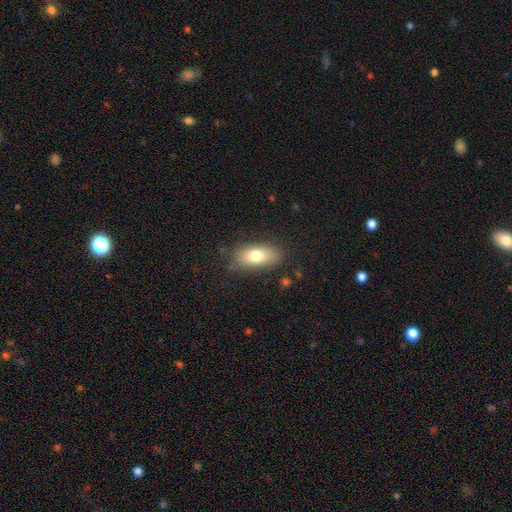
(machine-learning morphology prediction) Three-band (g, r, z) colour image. It shows a smooth galaxy with no disk features (75%) that is in between round and cigar-shaped (85%). Merging: none (80%).